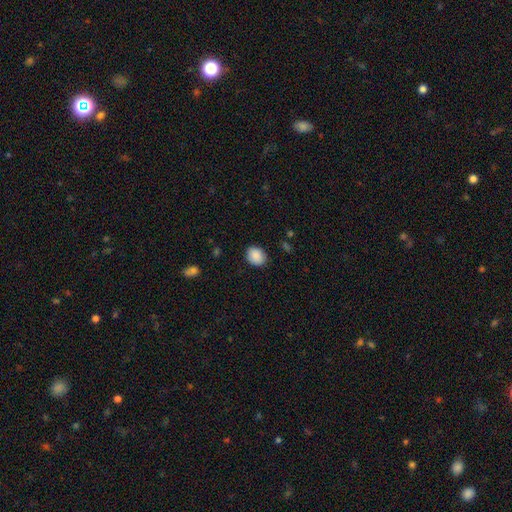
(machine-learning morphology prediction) Smooth or featured? Predicted: smooth (p=0.89). How rounded? Predicted: round (p=0.52). Merging? Predicted: none (p=0.86).